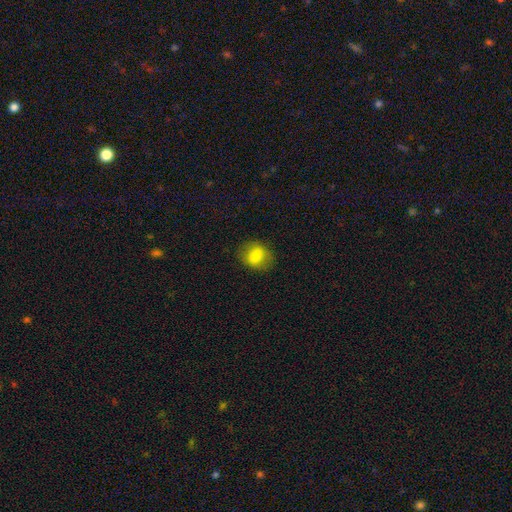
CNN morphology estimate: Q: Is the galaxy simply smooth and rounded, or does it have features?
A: smooth — 78%.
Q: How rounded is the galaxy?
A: round — 49%, tied with in between.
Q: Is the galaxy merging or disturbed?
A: none — 80%.